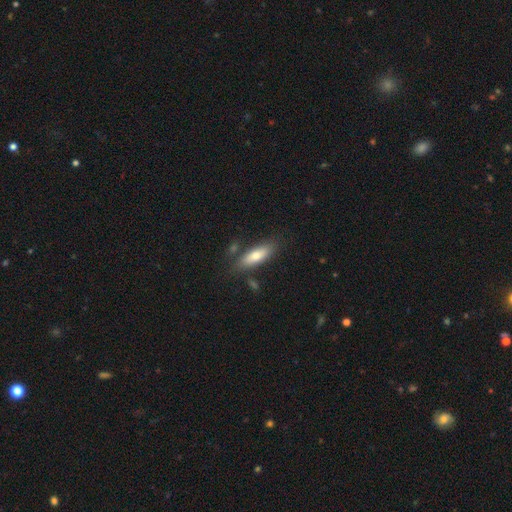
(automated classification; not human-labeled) This appears to be a smooth galaxy with no disk features (72%) that is in between round and cigar-shaped (54%). Merging: none (78%).